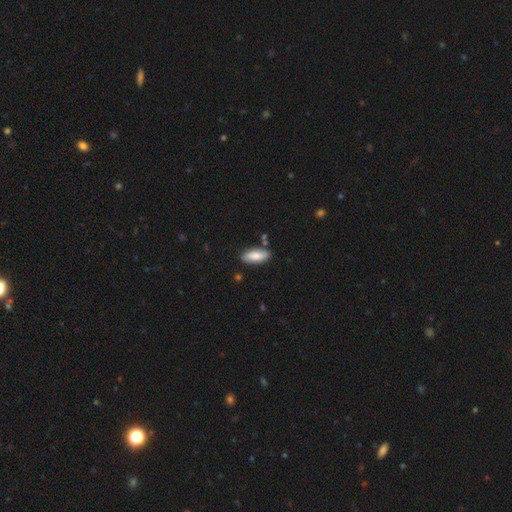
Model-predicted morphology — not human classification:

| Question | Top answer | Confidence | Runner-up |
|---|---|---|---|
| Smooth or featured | smooth | 81% | featured or disk (13%) |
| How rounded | in between | 78% | cigar-shaped (20%) |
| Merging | none | 82% | minor disturbance (12%) |